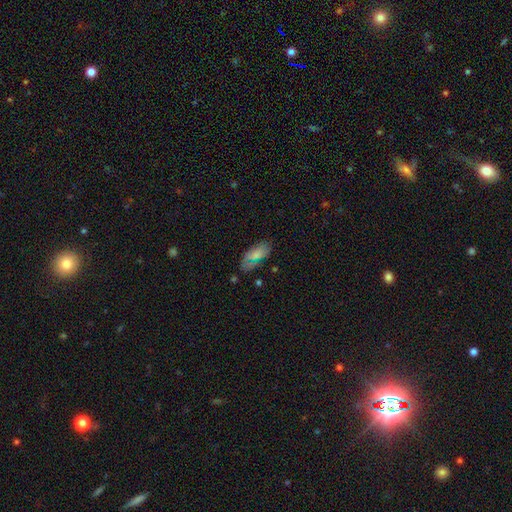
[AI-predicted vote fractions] Smooth or featured? Predicted: smooth (p=0.75). How rounded? Predicted: in between (p=0.85). Merging? Predicted: none (p=0.70).